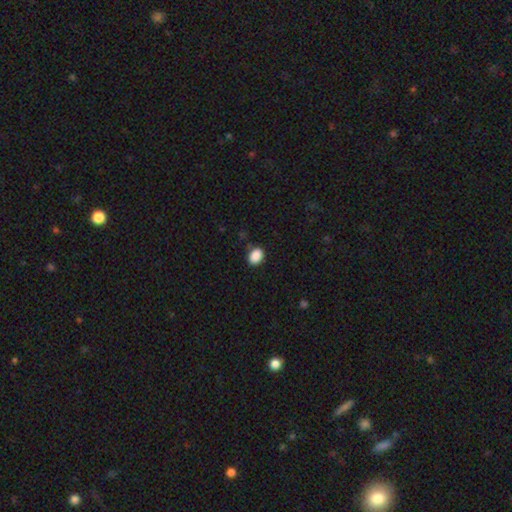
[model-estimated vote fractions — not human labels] Smooth or featured? Predicted: smooth (p=0.89). How rounded? Predicted: in between (p=0.72). Merging? Predicted: none (p=0.84).